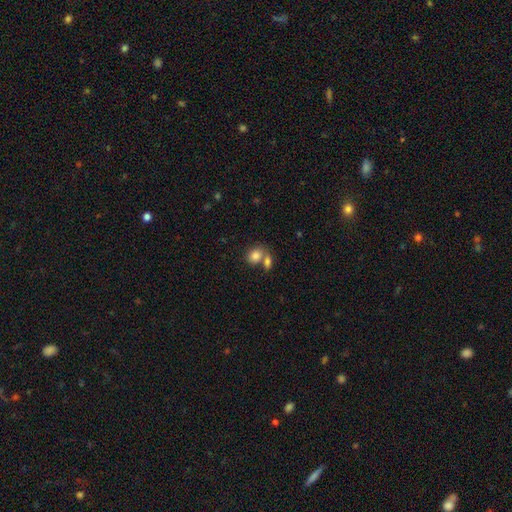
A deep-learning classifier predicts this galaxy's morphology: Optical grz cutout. It shows a smooth galaxy with no disk features (82%) that is in between round and cigar-shaped (56%). Merging: merger (48%).